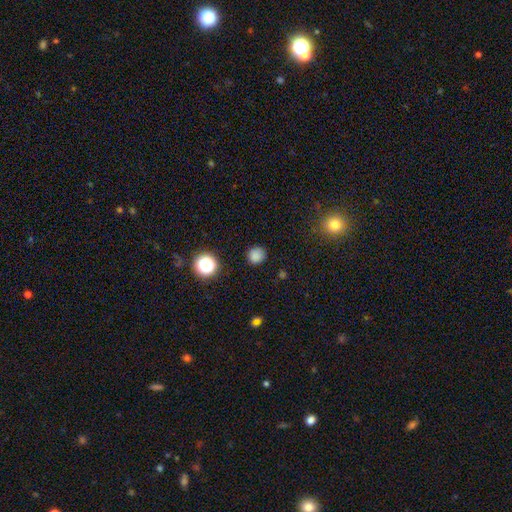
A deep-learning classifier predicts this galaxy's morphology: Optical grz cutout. It shows a smooth galaxy with no disk features (80%) that is round (88%). Merging: none (85%).